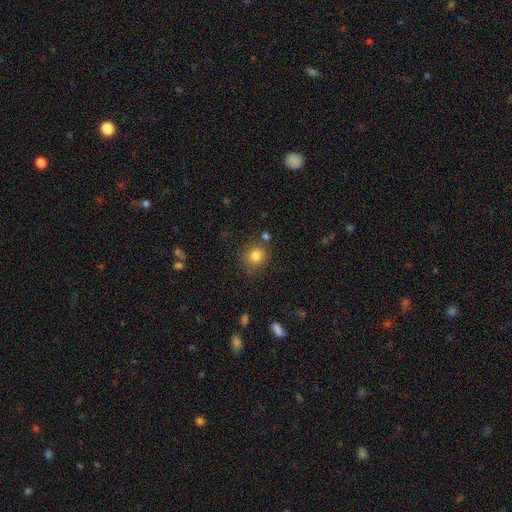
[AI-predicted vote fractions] Smooth or featured: smooth — 81% (star or artifact — 11%)
How rounded: round — 85% (in between — 14%)
Merging: none — 78% (minor disturbance — 12%)